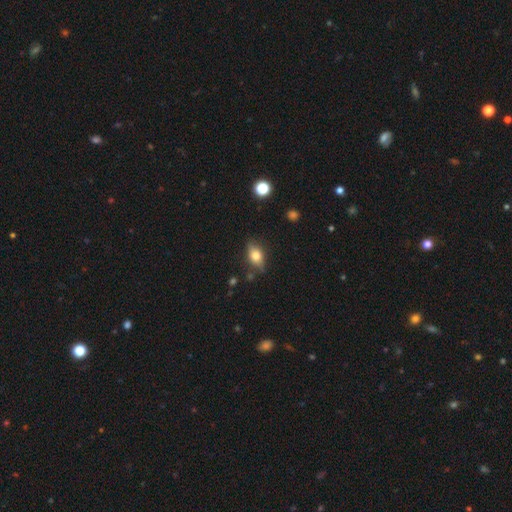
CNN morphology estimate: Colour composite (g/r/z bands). It shows a smooth galaxy with no disk features (72%) that is in between round and cigar-shaped (79%). Merging: none (77%).